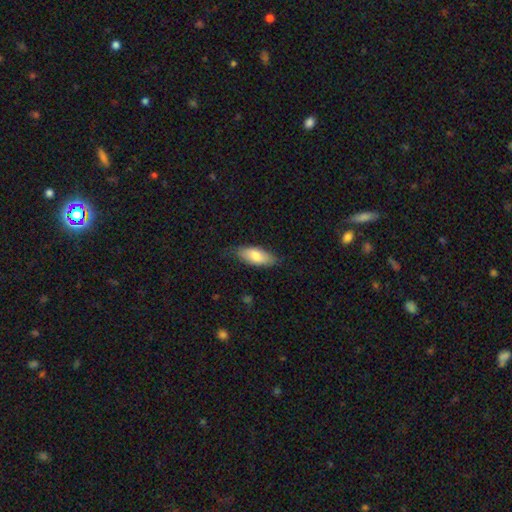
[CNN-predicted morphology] smooth-or-featured: smooth: 77% | featured or disk: 17% | star or artifact: 6%
  how-rounded: in between: 82% | cigar-shaped: 16% | round: 2%
  merging: none: 78% | minor disturbance: 18% | major disturbance: 3% | merger: 1%